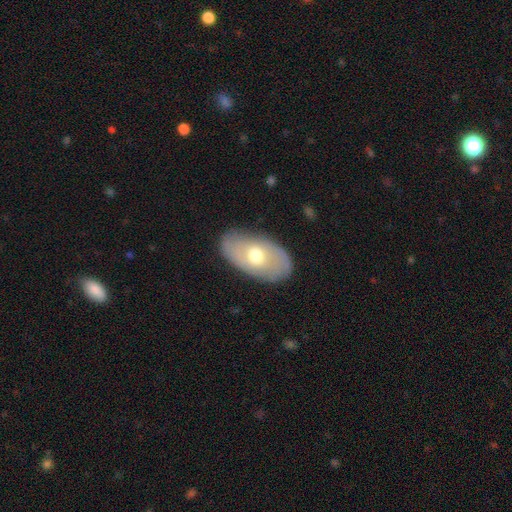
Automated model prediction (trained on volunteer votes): Morphology: type=smooth (52%); roundness=in between (92%); merging=none (82%).